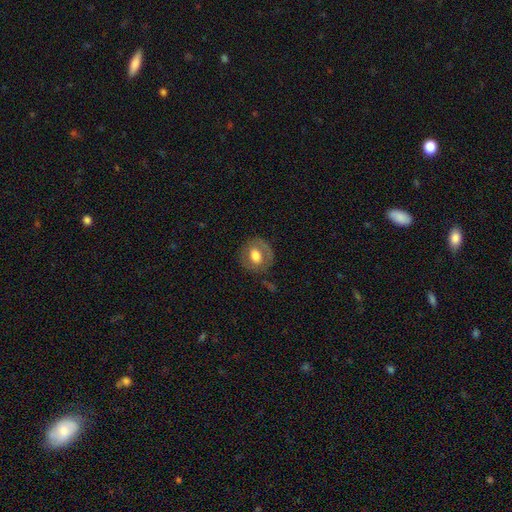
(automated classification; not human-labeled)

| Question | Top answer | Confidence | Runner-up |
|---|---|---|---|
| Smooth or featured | smooth | 58% | featured or disk (35%) |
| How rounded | round | 72% | in between (27%) |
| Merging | none | 78% | minor disturbance (15%) |